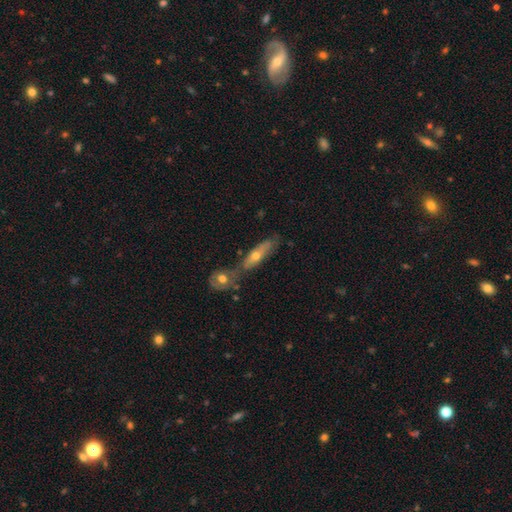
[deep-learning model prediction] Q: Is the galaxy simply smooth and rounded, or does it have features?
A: featured or disk — 53%.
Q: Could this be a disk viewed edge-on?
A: yes — 60%.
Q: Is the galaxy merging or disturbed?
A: none — 54%.